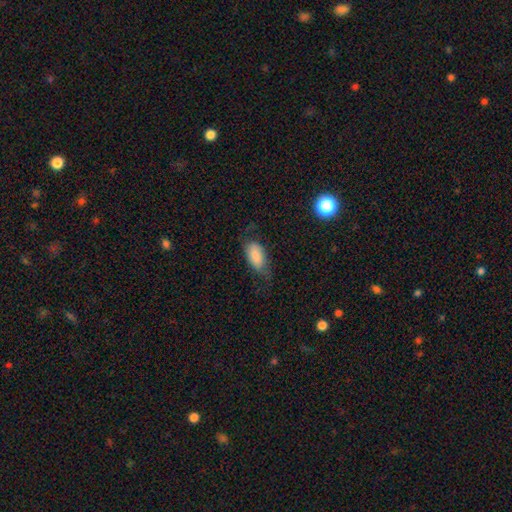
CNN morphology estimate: smooth-or-featured: smooth: 81% | featured or disk: 12% | star or artifact: 7%
  how-rounded: in between: 92% | cigar-shaped: 5% | round: 3%
  merging: none: 57% | minor disturbance: 28% | major disturbance: 13% | merger: 1%